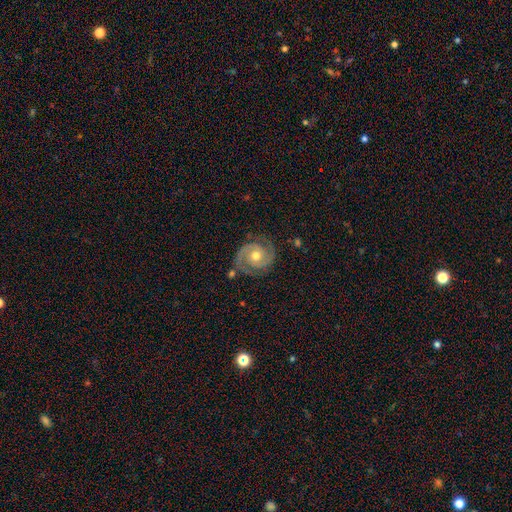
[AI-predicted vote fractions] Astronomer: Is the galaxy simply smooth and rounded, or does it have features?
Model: featured or disk — 91%.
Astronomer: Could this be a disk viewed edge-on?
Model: no — 98%.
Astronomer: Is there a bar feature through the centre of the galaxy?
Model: no — 72%.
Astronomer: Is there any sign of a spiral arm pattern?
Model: yes — 98%.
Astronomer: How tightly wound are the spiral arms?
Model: tight — 57% (runner-up: medium, 37%).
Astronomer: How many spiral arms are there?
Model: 2 — 93%.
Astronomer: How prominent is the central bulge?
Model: moderate — 76%.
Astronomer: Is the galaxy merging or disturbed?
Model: none — 82%.